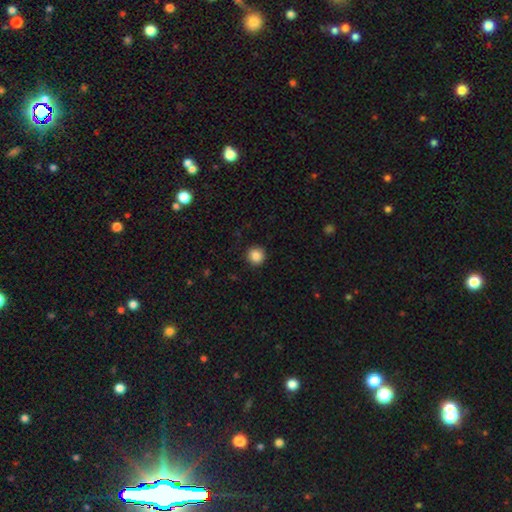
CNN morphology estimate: A smooth galaxy with no disk features (86%) that is round (94%).

Vote fractions:
- Smooth or featured? smooth: 86% / star or artifact: 10% / featured or disk: 4%
- How rounded? round: 94% / in between: 5% / cigar-shaped: 1%
- Merging? none: 91% / minor disturbance: 6% / major disturbance: 2% / merger: 1%